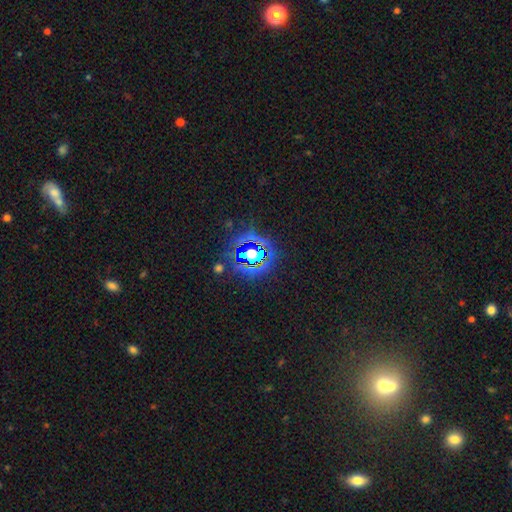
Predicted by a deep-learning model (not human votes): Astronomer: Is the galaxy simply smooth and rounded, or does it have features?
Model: star or artifact — 80%.